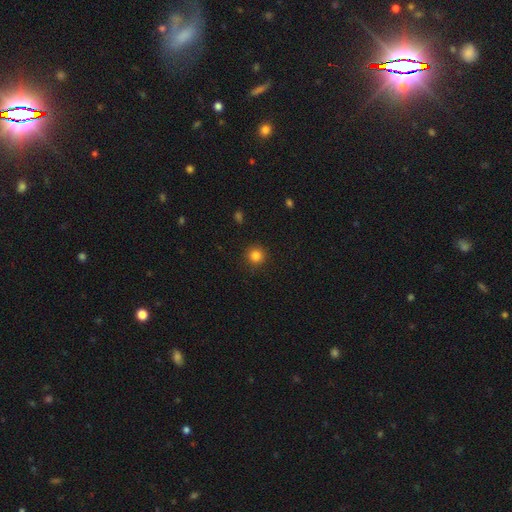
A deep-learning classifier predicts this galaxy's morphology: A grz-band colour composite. It shows a smooth galaxy with no disk features (84%) that is round (95%). Merging: none (91%).